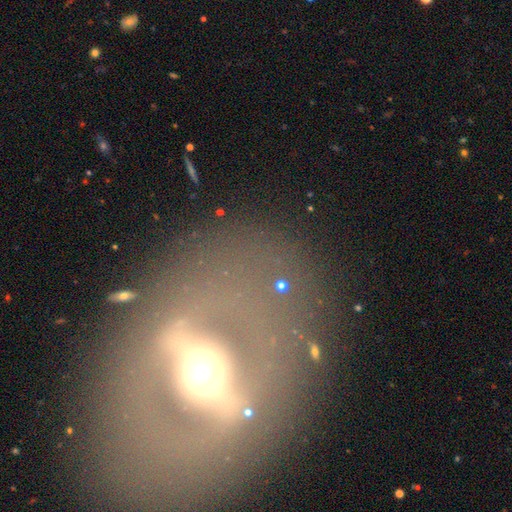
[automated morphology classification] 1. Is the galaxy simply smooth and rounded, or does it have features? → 80% featured or disk, 11% smooth, 9% star or artifact.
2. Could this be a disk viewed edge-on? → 61% no, 39% yes.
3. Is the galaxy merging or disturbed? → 83% none, 9% minor disturbance, 6% major disturbance, 2% merger.